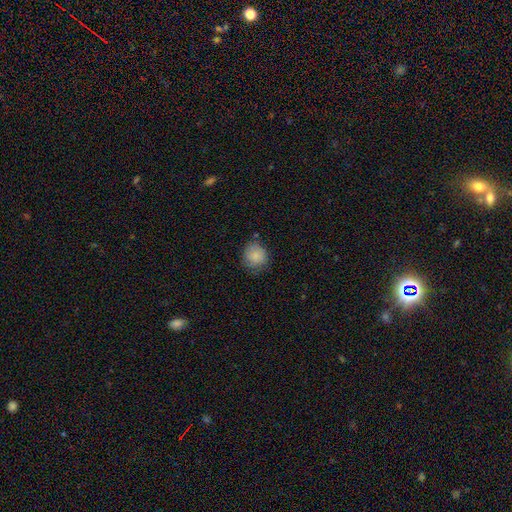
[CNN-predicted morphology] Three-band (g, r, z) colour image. It shows a smooth galaxy with no disk features (84%) that is round (84%). Merging: none (70%).